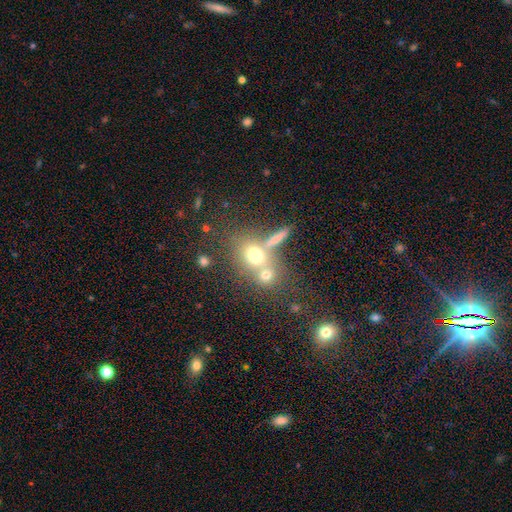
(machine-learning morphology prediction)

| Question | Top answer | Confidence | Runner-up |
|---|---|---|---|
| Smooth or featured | smooth | 66% | featured or disk (19%) |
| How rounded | round | 61% | in between (35%) |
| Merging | none | 43% | merger (42%) |